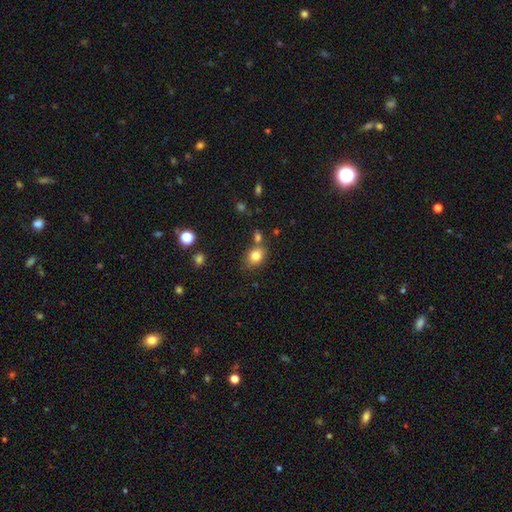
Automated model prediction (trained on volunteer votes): This appears to be a smooth galaxy with no disk features (82%) that is in between round and cigar-shaped (54%). Merging: none (68%).